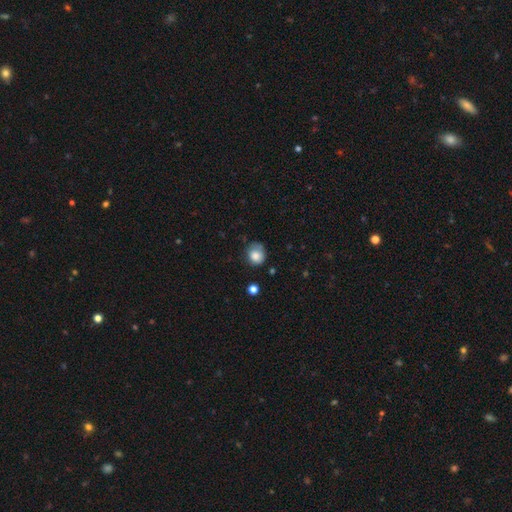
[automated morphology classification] smooth-or-featured: smooth: 81% | featured or disk: 10% | star or artifact: 9%
  how-rounded: round: 73% | in between: 26% | cigar-shaped: 1%
  merging: none: 56% | minor disturbance: 31% | major disturbance: 10% | merger: 4%